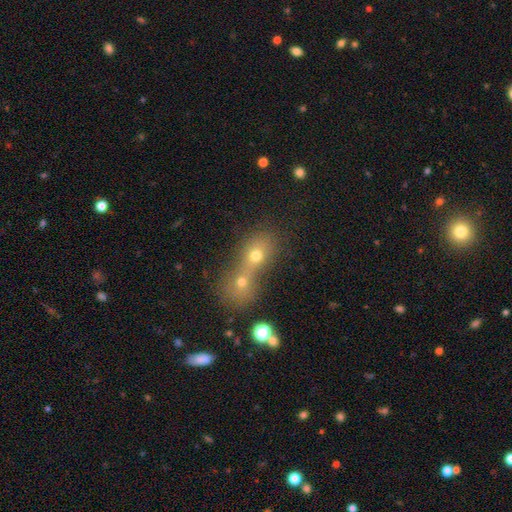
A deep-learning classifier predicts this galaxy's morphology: smooth 64%, star or artifact 18%, featured or disk 18%. Down the decision tree: how rounded — round (61%); merging — merger (72%).